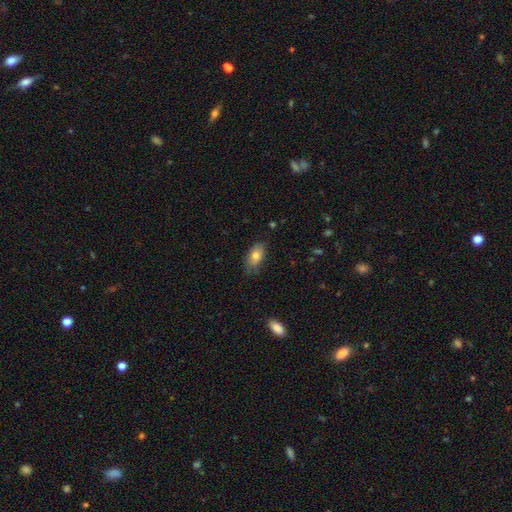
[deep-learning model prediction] Smooth or featured: smooth — 75% (featured or disk — 18%)
How rounded: in between — 90% (round — 6%)
Merging: none — 66% (minor disturbance — 27%)